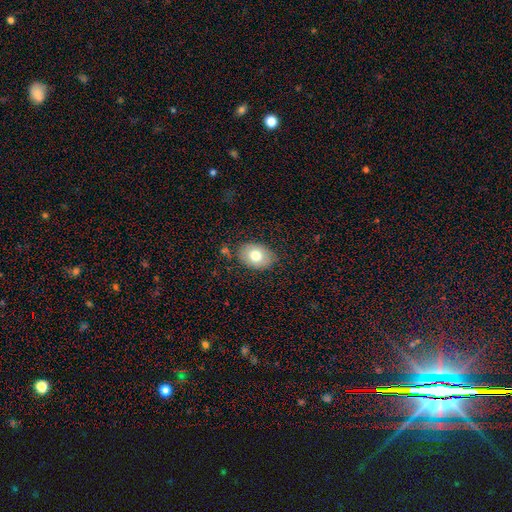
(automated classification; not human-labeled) A smooth galaxy with no disk features (75%) that is in between round and cigar-shaped (78%). Merging: none (81%).